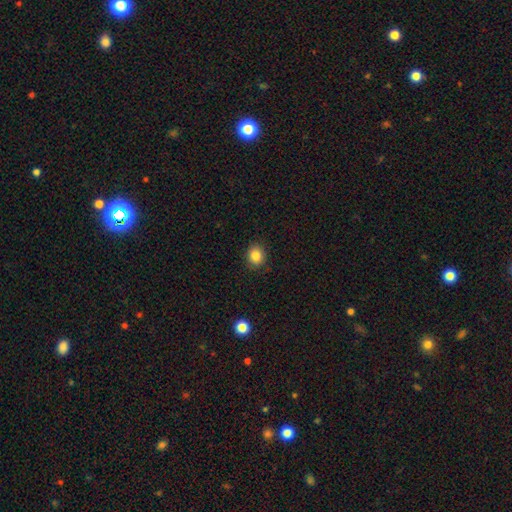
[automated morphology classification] Smooth or featured: smooth — 85% (star or artifact — 10%)
How rounded: round — 72% (in between — 28%)
Merging: none — 89% (minor disturbance — 8%)